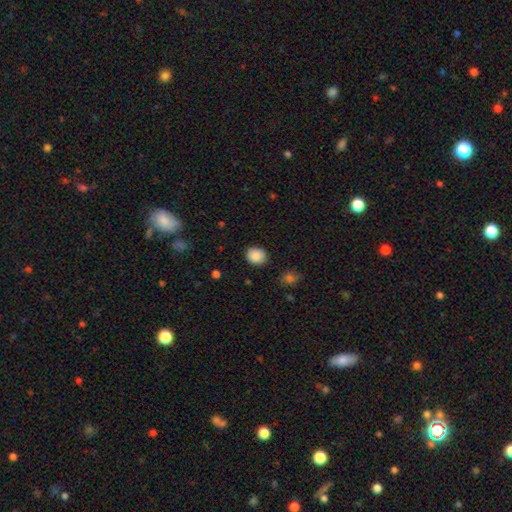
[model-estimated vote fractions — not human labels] Overall: smooth (88%). How rounded: round (70%; in between 30%). Merging: none (88%).